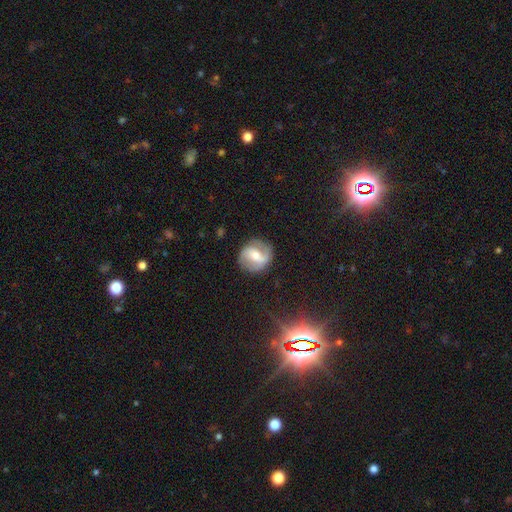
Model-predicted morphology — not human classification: This appears to be a featured or disk galaxy (69%) with a weak bar (40%), 2 (84%) medium (43%) spiral arms (83%) and a moderate central bulge (57%). Merging: none (81%).